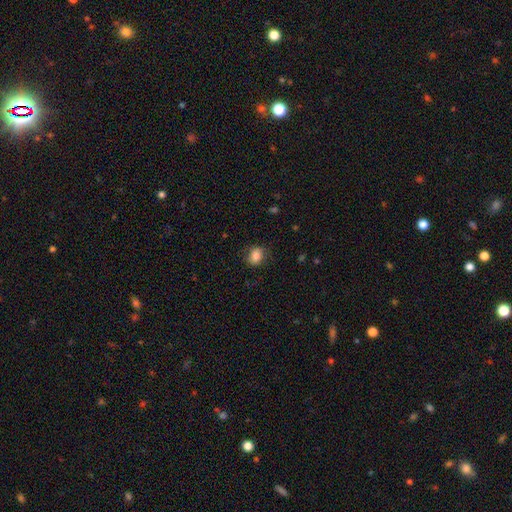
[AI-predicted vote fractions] Q: Smooth or featured?
A: smooth (85%); runner-up: star or artifact (9%)
Q: How rounded?
A: in between (52%); runner-up: round (47%)
Q: Merging?
A: none (80%); runner-up: minor disturbance (15%)